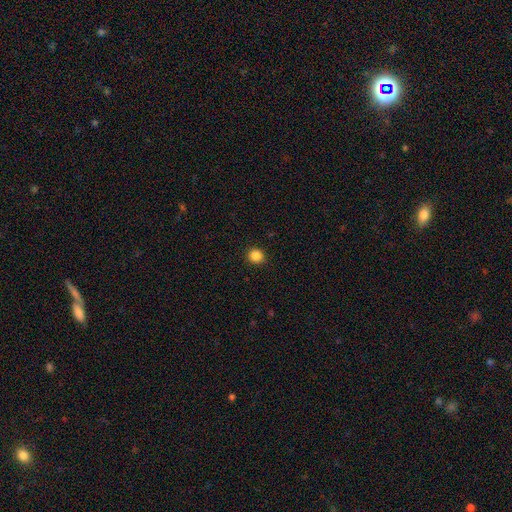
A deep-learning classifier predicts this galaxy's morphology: smooth 86%, star or artifact 11%, featured or disk 3%. Down the decision tree: how rounded — round (89%); merging — none (92%).